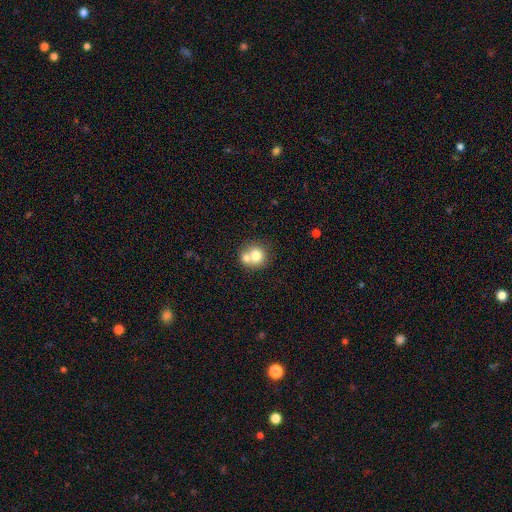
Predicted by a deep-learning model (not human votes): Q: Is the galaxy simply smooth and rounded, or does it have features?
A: smooth — 72%.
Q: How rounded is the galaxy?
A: round — 85%.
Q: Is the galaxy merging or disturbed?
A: merger — 52%.